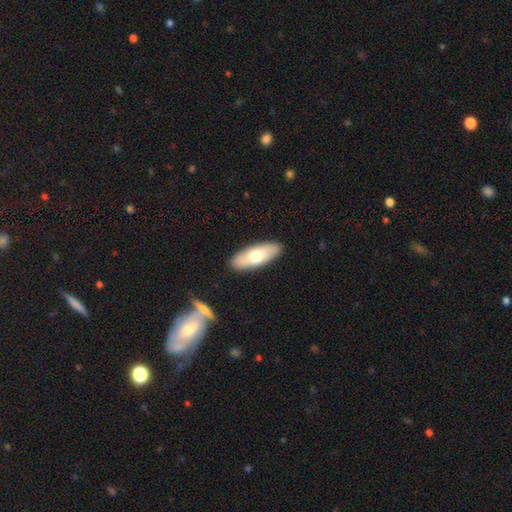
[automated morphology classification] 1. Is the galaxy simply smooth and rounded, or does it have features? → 68% smooth, 27% featured or disk, 5% star or artifact.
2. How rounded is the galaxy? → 68% in between, 30% cigar-shaped, 2% round.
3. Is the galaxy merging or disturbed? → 90% none, 7% minor disturbance, 2% major disturbance, 1% merger.